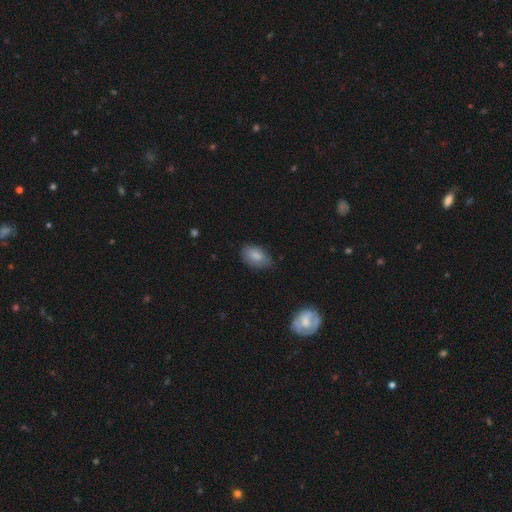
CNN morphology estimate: type=smooth (84%); roundness=in between (92%); merging=none (74%).